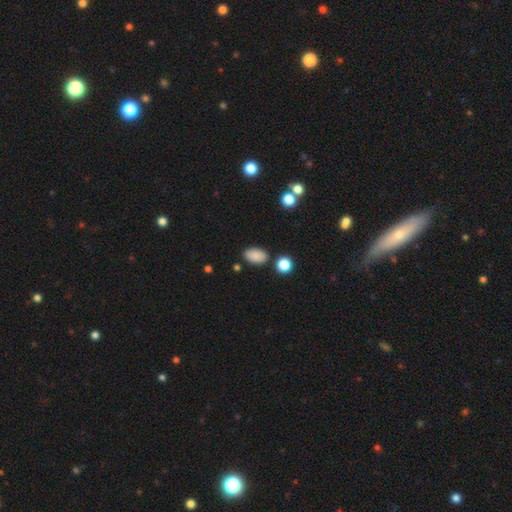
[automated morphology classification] A smooth galaxy with no disk features (87%) that is in between round and cigar-shaped (91%).

Vote fractions:
- Smooth or featured? smooth: 87% / star or artifact: 9% / featured or disk: 4%
- How rounded? in between: 91% / round: 7% / cigar-shaped: 2%
- Merging? none: 83% / minor disturbance: 11% / merger: 4% / major disturbance: 3%